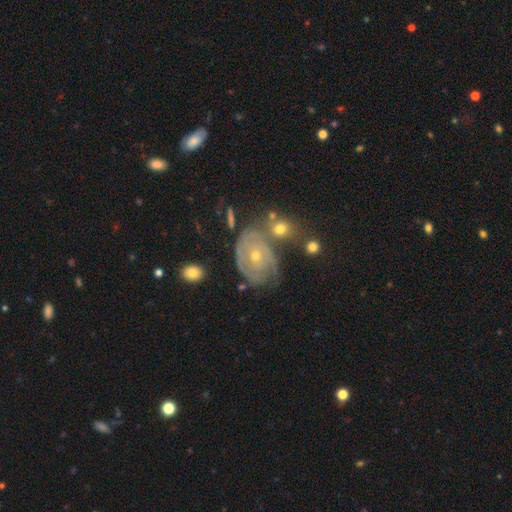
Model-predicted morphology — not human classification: Overall: featured or disk (79%). Edge-on disk: no (96%). Bar: no (76%). Spiral arms: yes (88%). Spiral arm count: can't tell (44%; 2 22%). Spiral winding: tight (70%). Bulge size: small (67%; moderate 30%). Merging: none (49%; minor disturbance 24%).